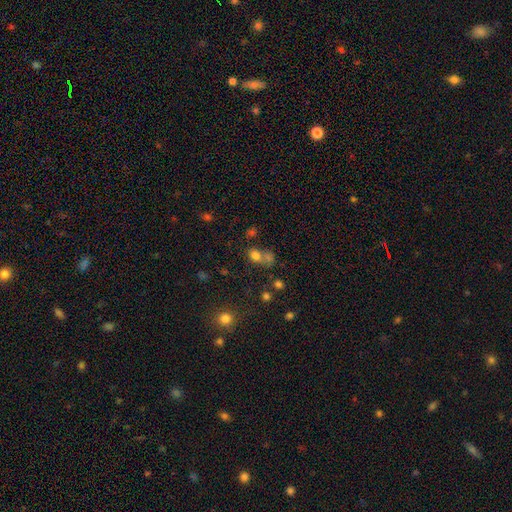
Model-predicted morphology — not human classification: A smooth galaxy with no disk features (74%) that is round (57%).

Vote fractions:
- Smooth or featured? smooth: 74% / star or artifact: 16% / featured or disk: 11%
- How rounded? round: 57% / in between: 42% / cigar-shaped: 1%
- Merging? merger: 42% / none: 40% / minor disturbance: 12% / major disturbance: 7%